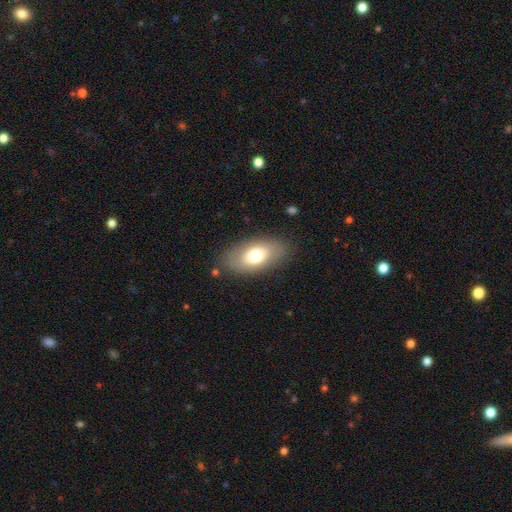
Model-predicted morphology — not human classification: Smooth or featured? Predicted: smooth (p=0.69). How rounded? Predicted: in between (p=0.92). Merging? Predicted: none (p=0.82).